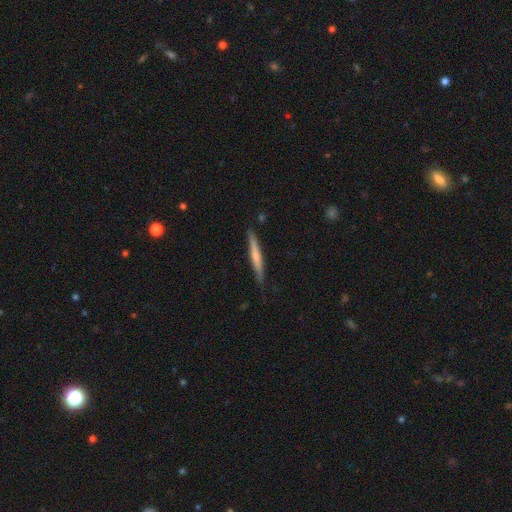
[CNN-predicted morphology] type=smooth (56%); roundness=cigar-shaped (96%); merging=none (86%).